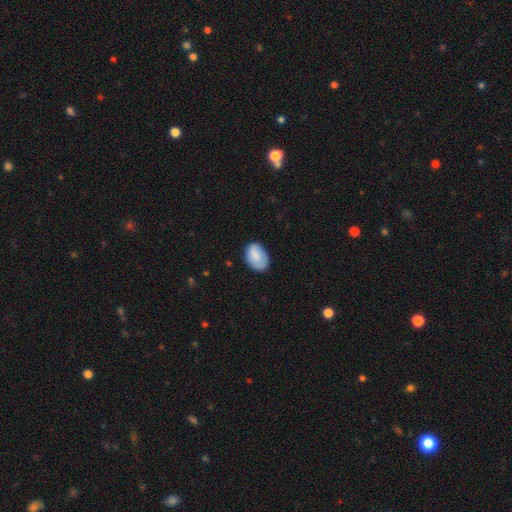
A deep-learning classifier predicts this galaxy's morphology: smooth 83%, featured or disk 11%, star or artifact 6%. Down the decision tree: how rounded — in between (87%); merging — none (76%).